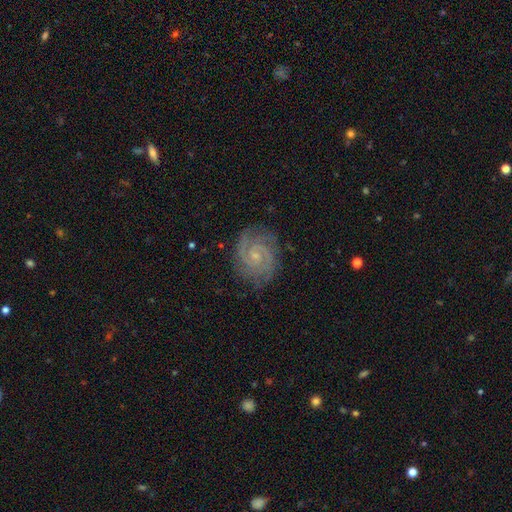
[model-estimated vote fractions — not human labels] Smooth or featured: featured or disk — 90% (star or artifact — 6%)
Edge-on disk: no — 98% (yes — 2%)
Bar: no — 60% (weak — 33%)
Spiral arms: yes — 99% (no — 1%)
Spiral winding: tight — 69% (medium — 28%)
Spiral arm count: 2 — 64% (3 — 17%)
Bulge size: small — 77% (moderate — 17%)
Merging: none — 82% (minor disturbance — 13%)